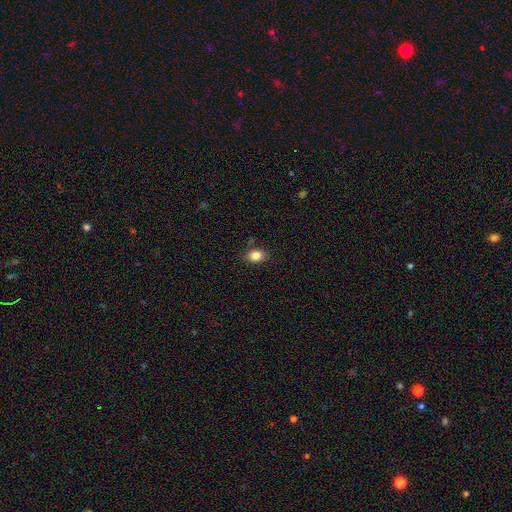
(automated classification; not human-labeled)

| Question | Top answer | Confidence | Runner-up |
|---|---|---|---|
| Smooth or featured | smooth | 84% | star or artifact (10%) |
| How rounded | in between | 67% | round (32%) |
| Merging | none | 82% | minor disturbance (13%) |